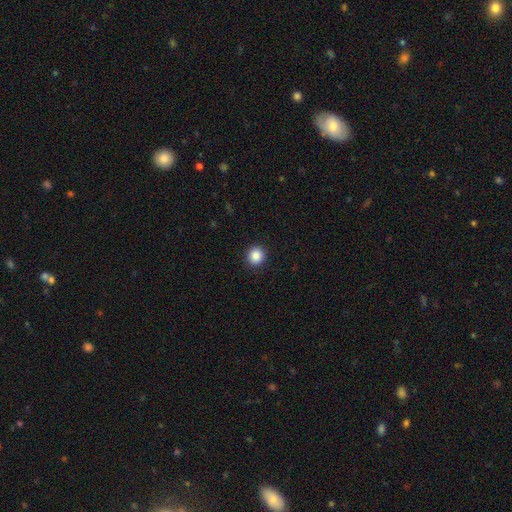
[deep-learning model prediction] smooth 87%, star or artifact 10%, featured or disk 4%. Down the decision tree: how rounded — round (91%); merging — none (92%).